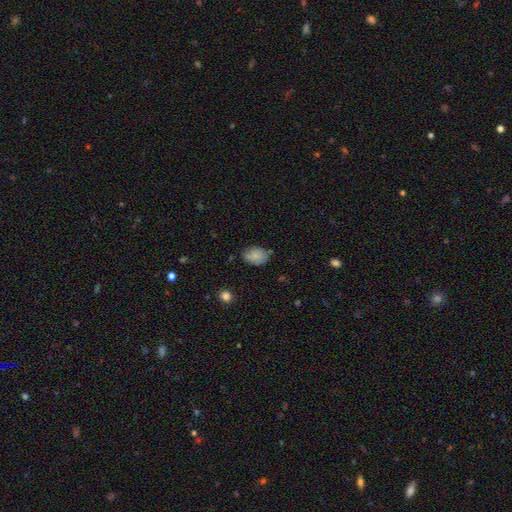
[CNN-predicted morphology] The model was most divided on "merging": none: 65%, minor disturbance: 26%, major disturbance: 5%, merger: 3%. More confident: smooth or featured — smooth (80%); how rounded — in between (78%).